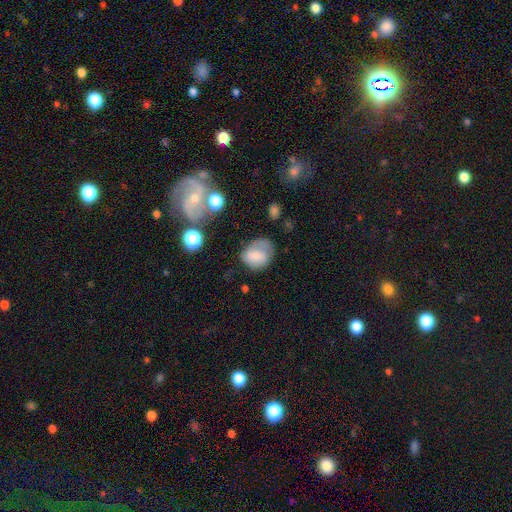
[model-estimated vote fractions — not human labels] The model was most divided on "how rounded": round: 54%, in between: 45%, cigar-shaped: 1%. More confident: smooth or featured — smooth (67%); merging — none (53%).